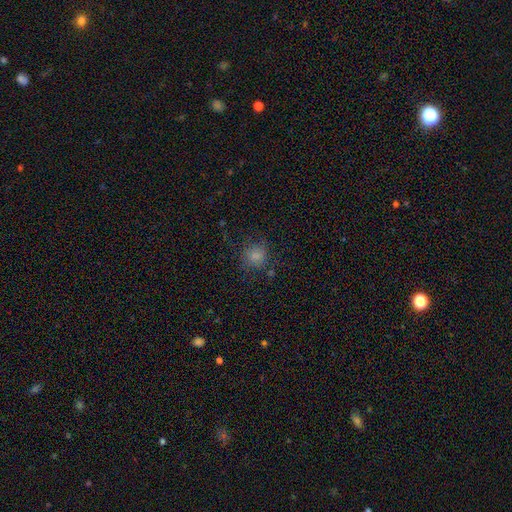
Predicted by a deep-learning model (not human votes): smooth_or_featured: smooth (p=0.78) [alt: star or artifact p=0.14]
how_rounded: round (p=0.80) [alt: in between p=0.19]
merging: none (p=0.71) [alt: minor disturbance p=0.17]